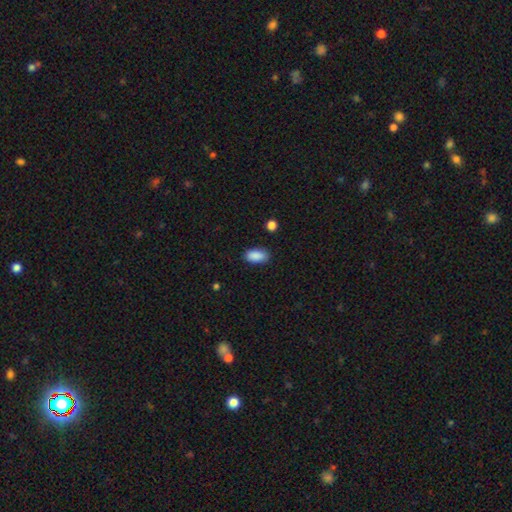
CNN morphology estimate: type=smooth (90%); roundness=in between (92%); merging=none (85%).